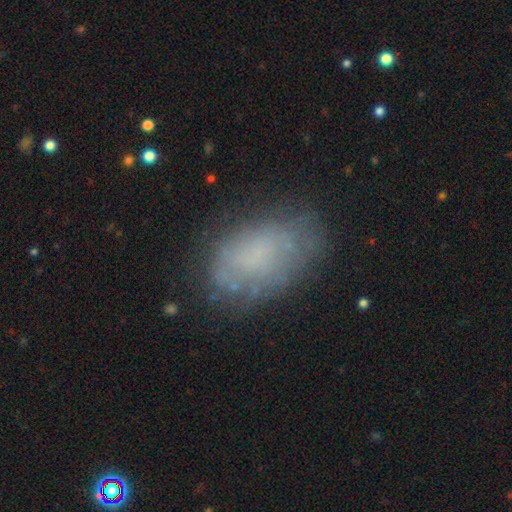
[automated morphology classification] Smooth or featured?
  - smooth: 58% *
  - featured or disk: 31%
  - star or artifact: 11%
How rounded?
  - in between: 92% *
  - round: 6%
  - cigar-shaped: 2%
Merging?
  - none: 68% *
  - minor disturbance: 21%
  - major disturbance: 9%
  - merger: 2%